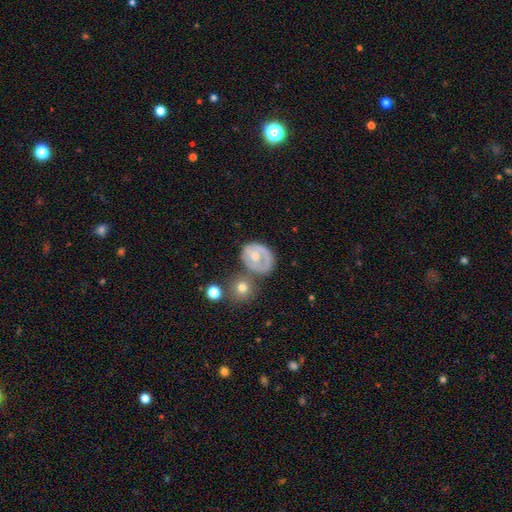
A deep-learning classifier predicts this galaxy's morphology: smooth-or-featured: featured or disk: 53% | smooth: 40% | star or artifact: 7%
  disk-edge-on: no: 96% | yes: 4%
    bar: no: 63% | weak: 29% | strong: 7%
    has-spiral-arms: no: 52% | yes: 48%
    bulge-size: moderate: 52% | small: 38% | none: 6% | large: 3% | dominant: 1%
  merging: none: 46% | minor disturbance: 25% | major disturbance: 17% | merger: 13%